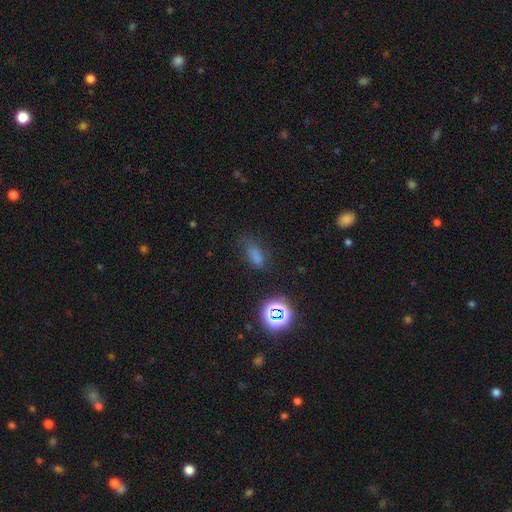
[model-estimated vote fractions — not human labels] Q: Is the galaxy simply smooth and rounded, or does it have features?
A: smooth — 66%.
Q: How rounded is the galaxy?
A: in between — 74%.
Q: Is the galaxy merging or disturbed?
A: none — 67%.